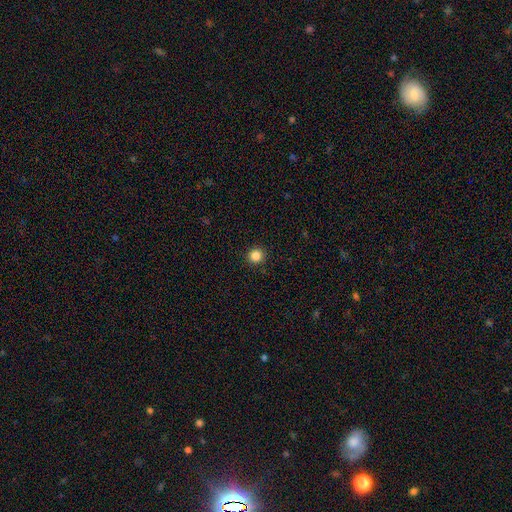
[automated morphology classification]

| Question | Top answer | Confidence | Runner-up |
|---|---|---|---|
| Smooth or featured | smooth | 85% | star or artifact (11%) |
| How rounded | round | 93% | in between (6%) |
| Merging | none | 93% | minor disturbance (5%) |